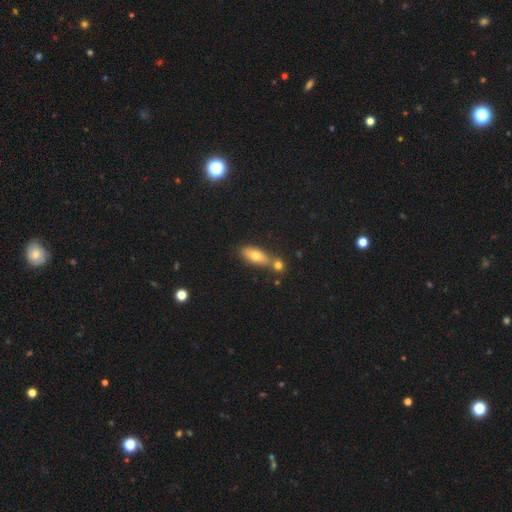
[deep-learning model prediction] This is likely a smooth galaxy (70%). How rounded: likely in between (76%). Merging: possibly none (58%).